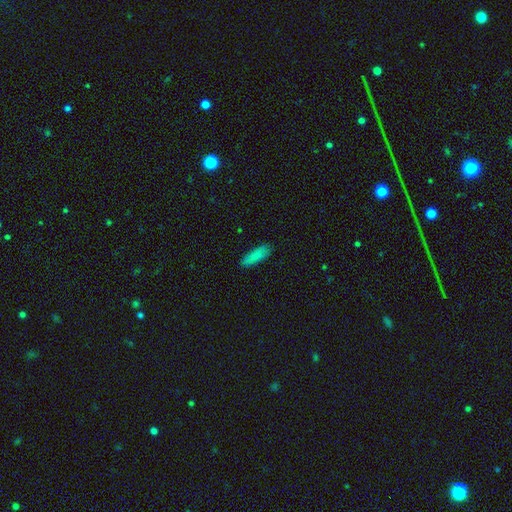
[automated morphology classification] smooth 84%, featured or disk 10%, star or artifact 7%. Down the decision tree: how rounded — cigar-shaped (49%, tied with in between); merging — none (86%).